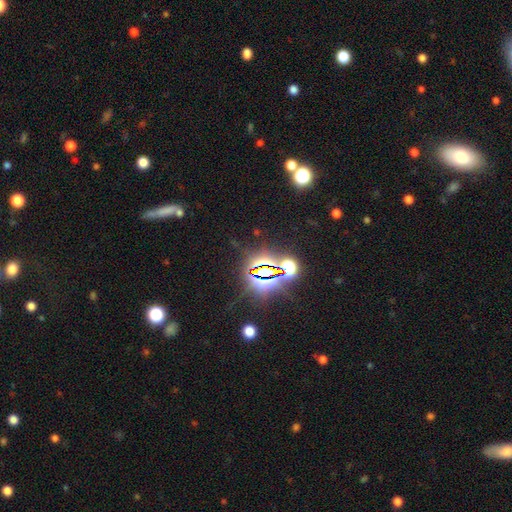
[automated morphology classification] star or artifact 80%, smooth 12%, featured or disk 8%.